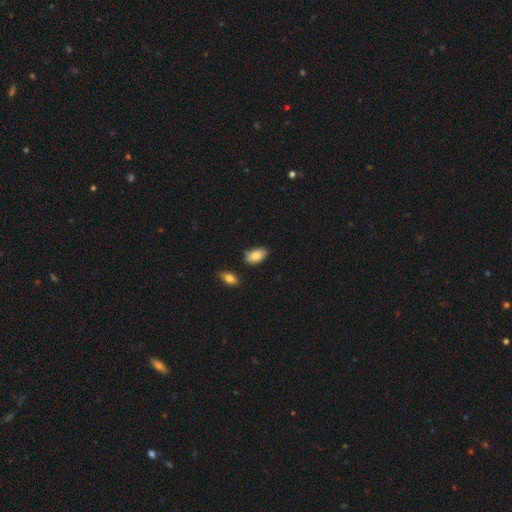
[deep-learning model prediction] Overall: smooth (85%). How rounded: in between (93%). Merging: none (76%).